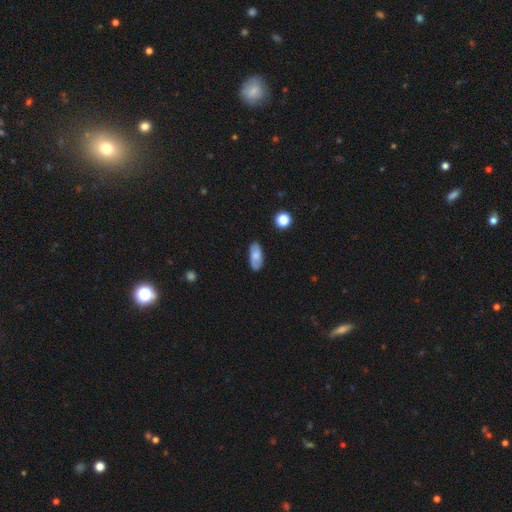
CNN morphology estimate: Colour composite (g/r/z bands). It shows a smooth galaxy with no disk features (67%) that is in between round and cigar-shaped (89%). Merging: none (82%).